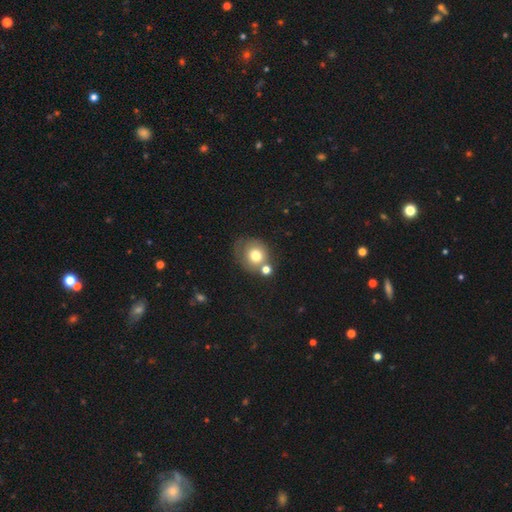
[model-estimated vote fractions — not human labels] This is likely a smooth galaxy (73%). How rounded: likely round (80%). Merging: possibly none (51%).